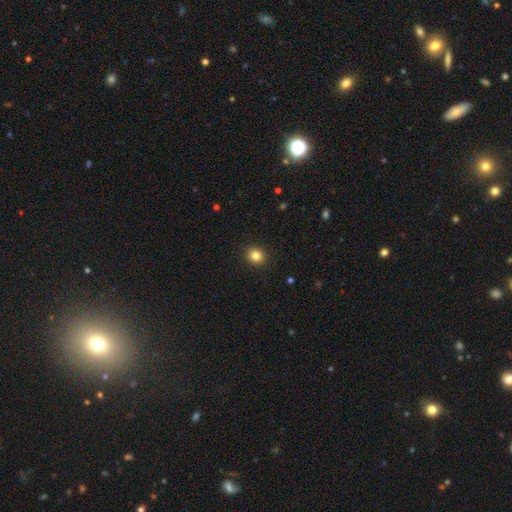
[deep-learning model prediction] A smooth galaxy with no disk features (84%) that is round (67%). Merging: none (92%).